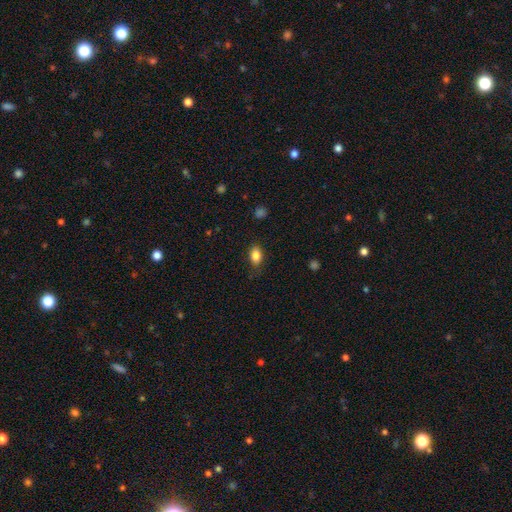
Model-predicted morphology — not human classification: type=smooth (86%); roundness=in between (86%); merging=none (81%).